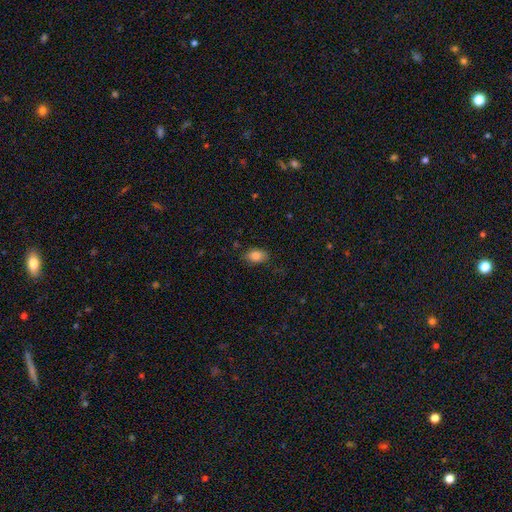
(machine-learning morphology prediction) Overall: smooth (84%). How rounded: in between (84%). Merging: none (79%).